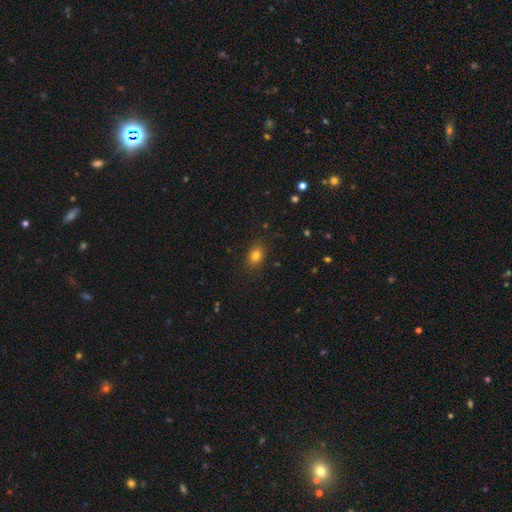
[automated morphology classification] A smooth galaxy with no disk features (79%) that is in between round and cigar-shaped (67%).

Vote fractions:
- Smooth or featured? smooth: 79% / star or artifact: 12% / featured or disk: 8%
- How rounded? in between: 67% / round: 32% / cigar-shaped: 1%
- Merging? none: 86% / minor disturbance: 10% / major disturbance: 3% / merger: 1%